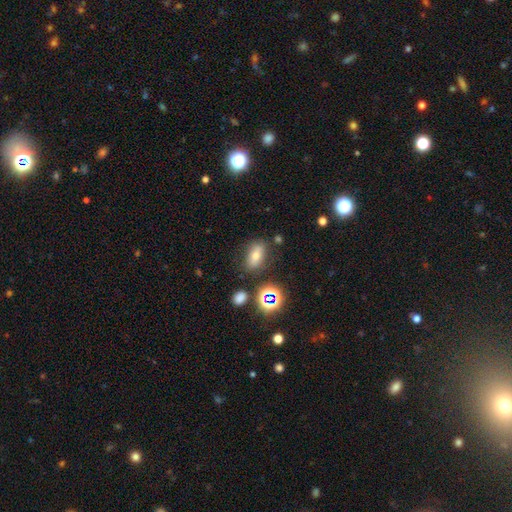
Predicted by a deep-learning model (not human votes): This is possibly a smooth galaxy (59%). How rounded: likely in between (79%). Merging: likely none (78%).